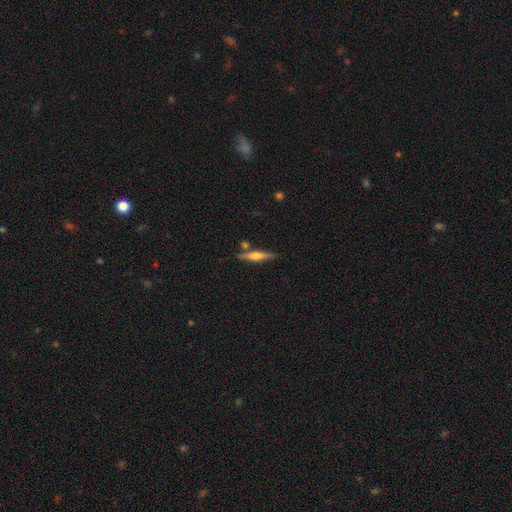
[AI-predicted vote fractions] featured or disk 56%, smooth 37%, star or artifact 6%. Down the decision tree: edge-on disk — yes (96%); edge-on bulge — rounded (81%); merging — none (79%).